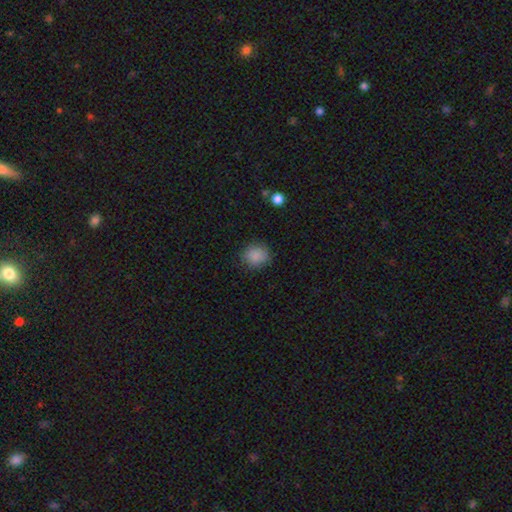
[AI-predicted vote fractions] Smooth or featured? smooth (87%)
How rounded? round (82%)
Merging? none (85%)